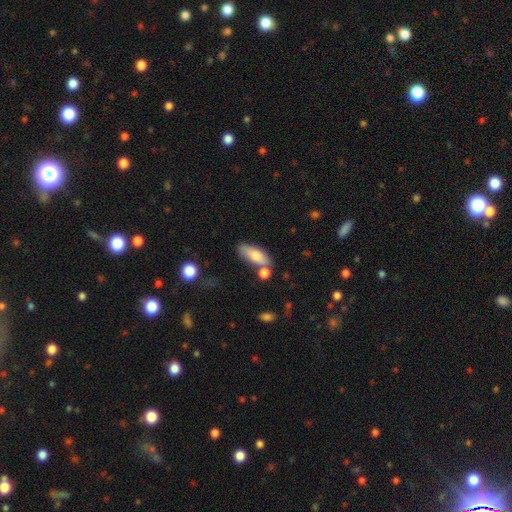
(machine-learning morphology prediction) Q: Smooth or featured?
A: smooth (76%); runner-up: featured or disk (18%)
Q: How rounded?
A: in between (76%); runner-up: cigar-shaped (21%)
Q: Merging?
A: none (64%); runner-up: minor disturbance (17%)